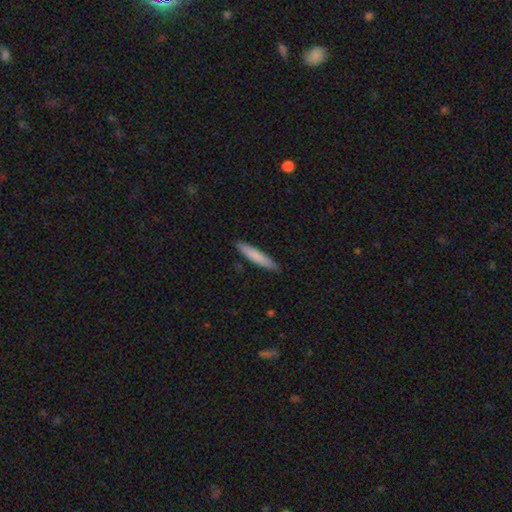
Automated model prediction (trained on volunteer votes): Overall: smooth (80%). How rounded: cigar-shaped (91%). Merging: none (88%).